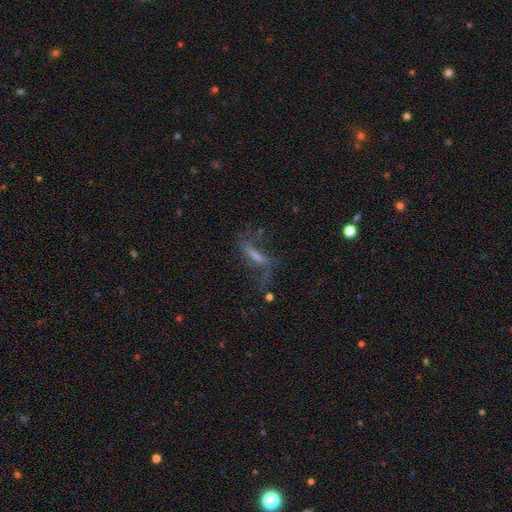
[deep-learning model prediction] A featured or disk galaxy (61%). Merging: none (49%).